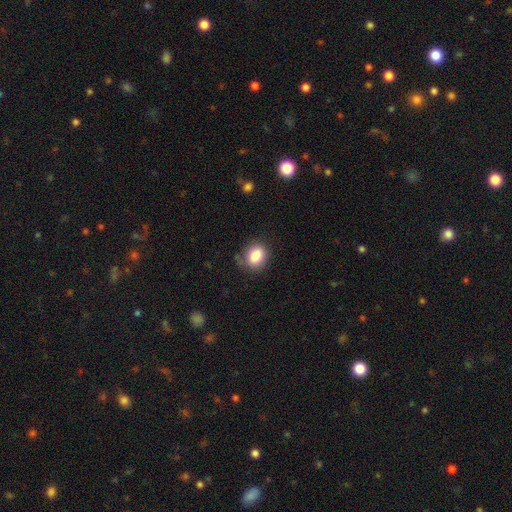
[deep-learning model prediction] Smooth or featured? smooth (85%)
How rounded? in between (51%)
Merging? none (80%)